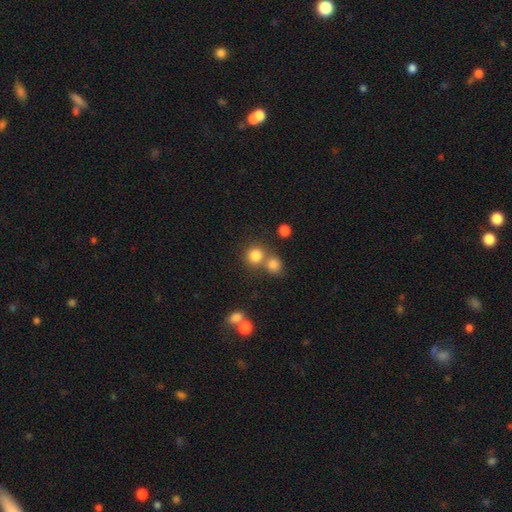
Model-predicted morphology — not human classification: This is clearly a smooth galaxy (80%). How rounded: clearly round (87%). Merging: possibly none (56%).